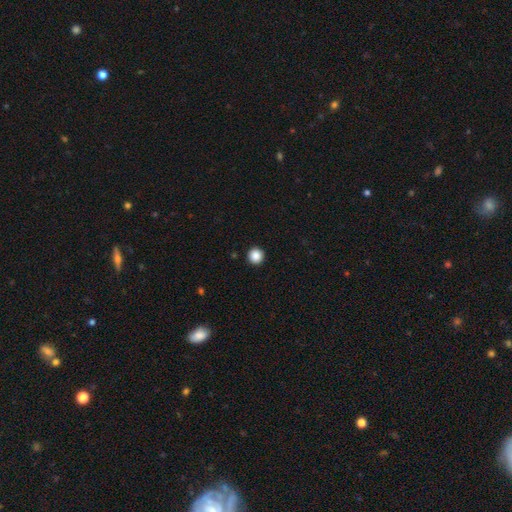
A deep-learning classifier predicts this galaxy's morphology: Smooth or featured? Predicted: smooth (p=0.87). How rounded? Predicted: round (p=0.96). Merging? Predicted: none (p=0.93).